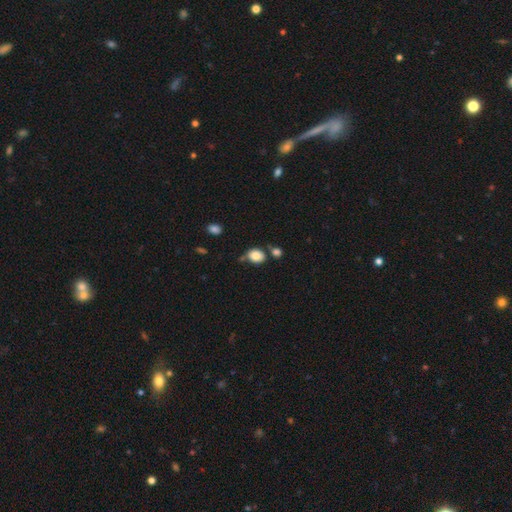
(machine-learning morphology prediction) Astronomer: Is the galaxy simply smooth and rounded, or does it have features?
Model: smooth — 83%.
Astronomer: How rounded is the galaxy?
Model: in between — 55% (runner-up: round, 44%).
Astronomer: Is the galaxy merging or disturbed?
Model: none — 63%.